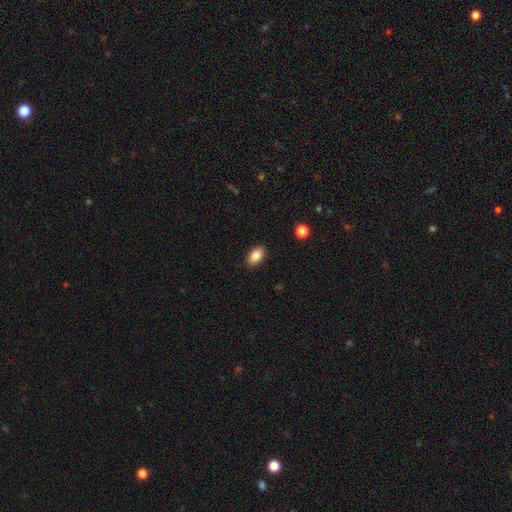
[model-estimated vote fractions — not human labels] This appears to be a smooth galaxy with no disk features (86%) that is in between round and cigar-shaped (92%). Merging: none (88%).